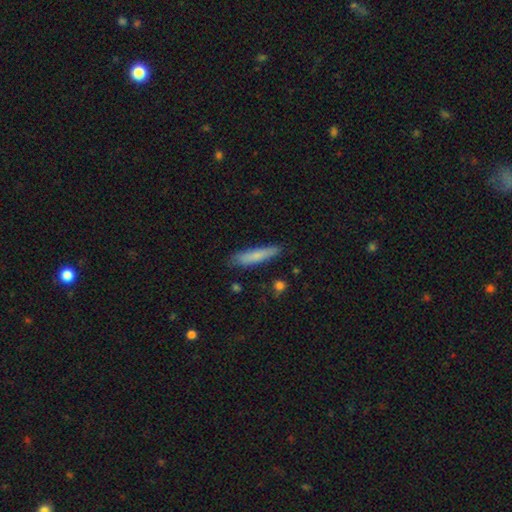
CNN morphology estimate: A smooth galaxy with no disk features (76%) that is cigar-shaped (86%). Merging: none (81%).